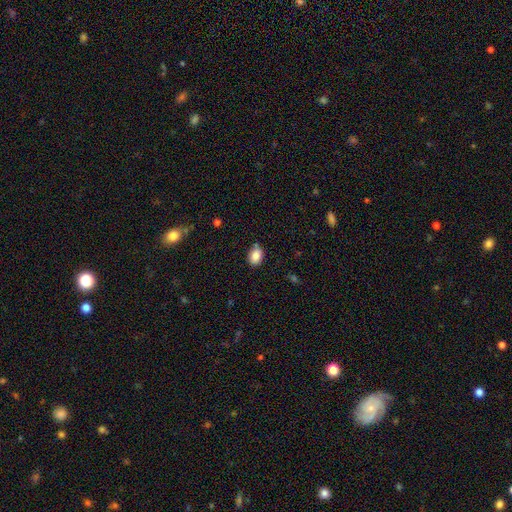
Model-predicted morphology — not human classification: This appears to be a smooth galaxy with no disk features (85%) that is in between round and cigar-shaped (76%). Merging: none (81%).